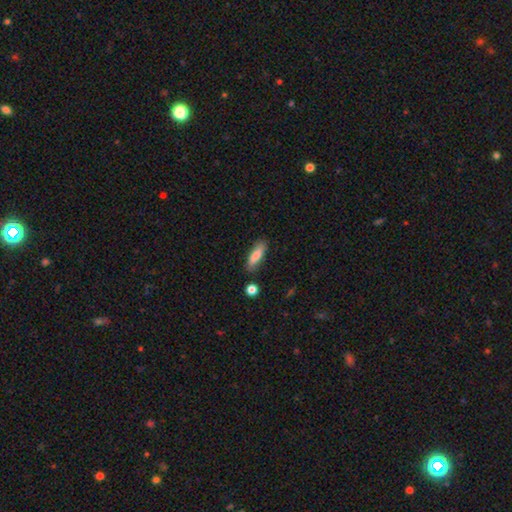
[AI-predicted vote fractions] smooth_or_featured: smooth (p=0.82) [alt: featured or disk p=0.12]
how_rounded: cigar-shaped (p=0.55) [alt: in between p=0.43]
merging: none (p=0.81) [alt: minor disturbance p=0.13]